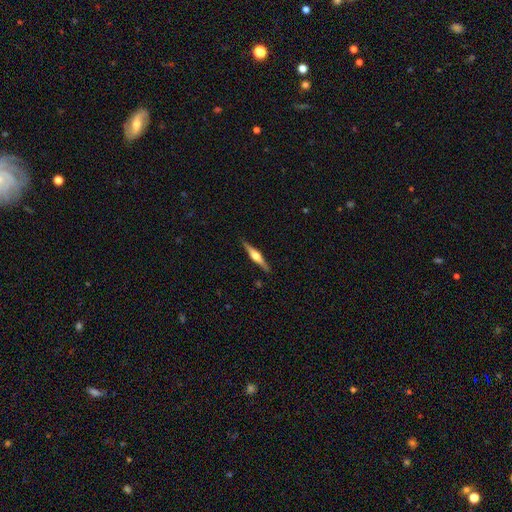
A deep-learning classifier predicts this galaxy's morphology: type=featured or disk (73%); edge-on=yes (98%); edge-on bulge=rounded (93%); merging=none (89%).